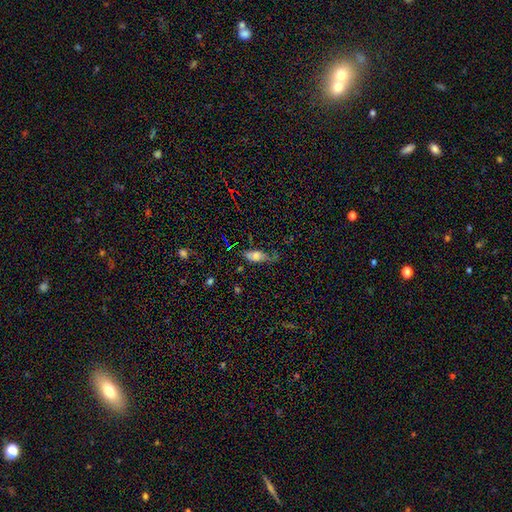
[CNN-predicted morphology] A smooth galaxy with no disk features (64%) that is in between round and cigar-shaped (76%).

Vote fractions:
- Smooth or featured? smooth: 64% / featured or disk: 23% / star or artifact: 12%
- How rounded? in between: 76% / cigar-shaped: 19% / round: 5%
- Merging? none: 46% / minor disturbance: 33% / major disturbance: 18% / merger: 4%